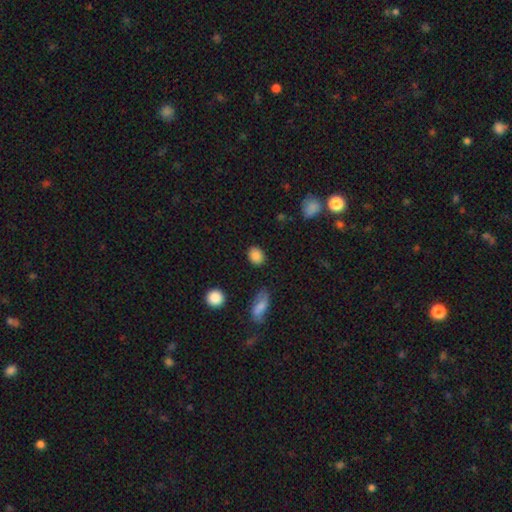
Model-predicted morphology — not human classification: Smooth or featured: smooth — 85% (star or artifact — 9%)
How rounded: in between — 51% (round — 47%)
Merging: none — 86% (minor disturbance — 10%)